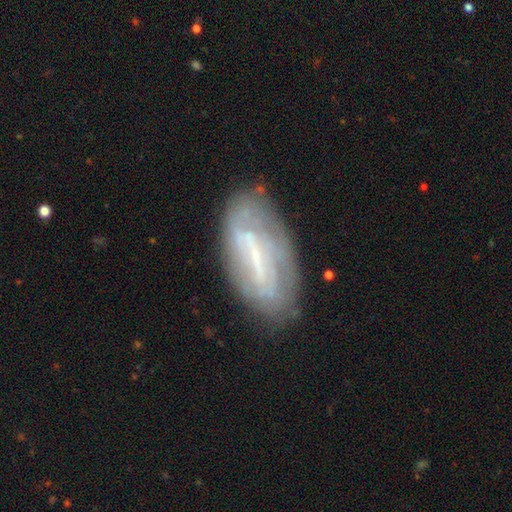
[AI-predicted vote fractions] featured or disk 65%, smooth 26%, star or artifact 8%. Down the decision tree: edge-on disk — no (88%); bar — strong (53%); spiral arms — yes (51%); bulge size — small (48%); merging — none (68%).